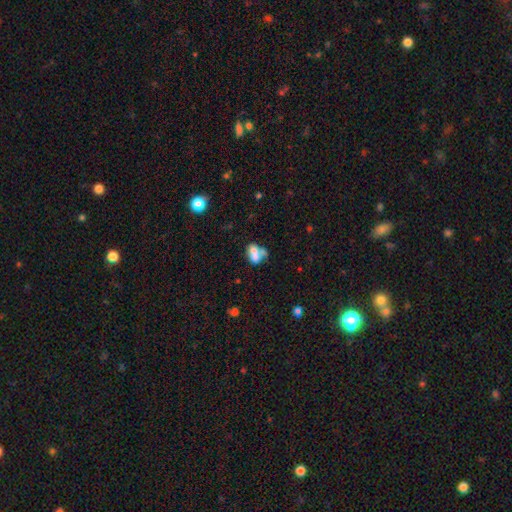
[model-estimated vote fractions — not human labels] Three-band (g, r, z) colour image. It shows a smooth galaxy with no disk features (61%) that is in between round and cigar-shaped (76%). Merging: merger (55%).